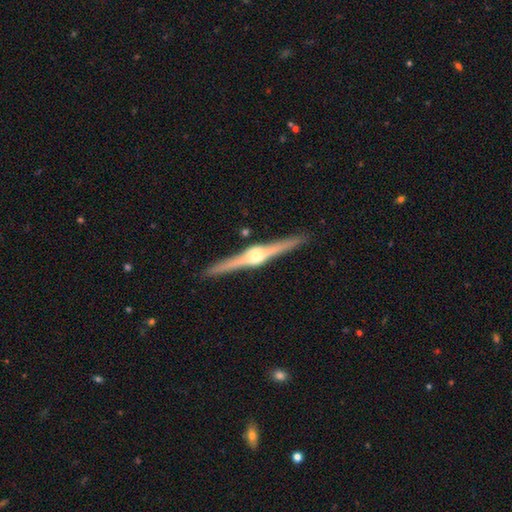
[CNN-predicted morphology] Overall: featured or disk (88%). Edge-on disk: yes (99%). Edge-on bulge: rounded (90%). Merging: none (92%).